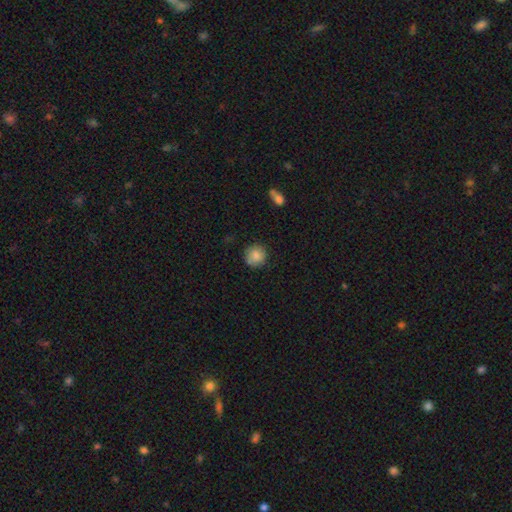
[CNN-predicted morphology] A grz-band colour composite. It shows a smooth galaxy with no disk features (84%) that is round (92%). Merging: none (85%).